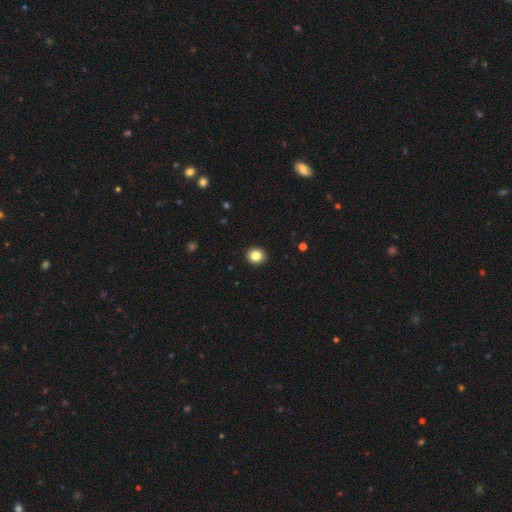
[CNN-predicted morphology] This is clearly a smooth galaxy (85%). How rounded: clearly round (88%). Merging: clearly none (93%).